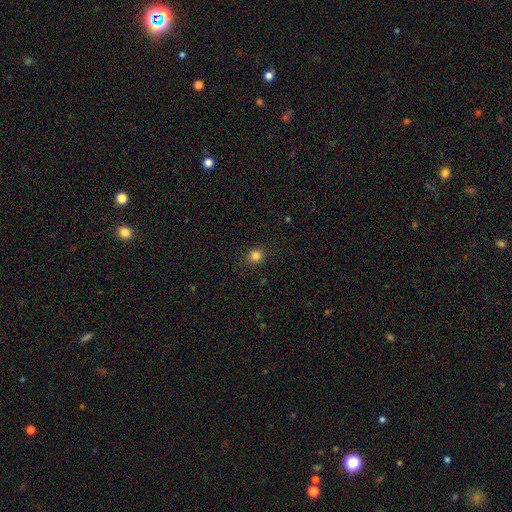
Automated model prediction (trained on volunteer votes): This appears to be a smooth galaxy with no disk features (82%) that is round (82%). Merging: none (89%).